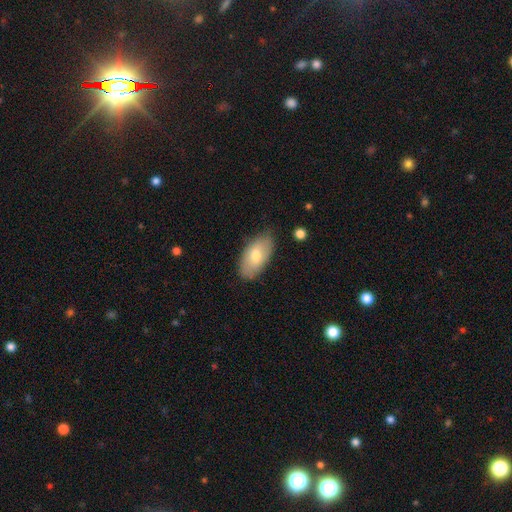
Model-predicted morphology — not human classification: Smooth or featured: smooth — 72% (featured or disk — 22%)
How rounded: in between — 93% (cigar-shaped — 3%)
Merging: none — 78% (minor disturbance — 17%)